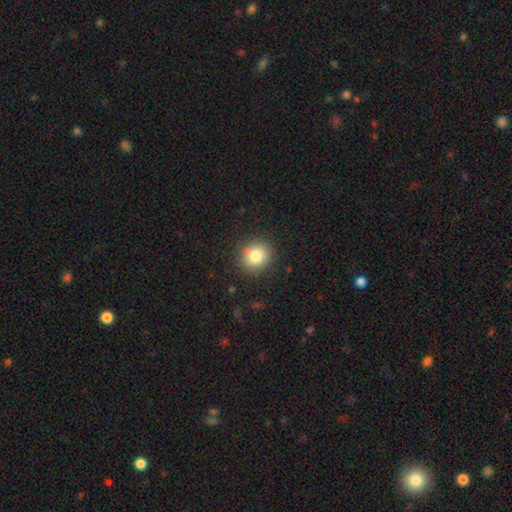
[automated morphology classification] smooth-or-featured: smooth: 81% | star or artifact: 11% | featured or disk: 8%
  how-rounded: round: 84% | in between: 15% | cigar-shaped: 1%
  merging: none: 84% | minor disturbance: 10% | merger: 3% | major disturbance: 3%